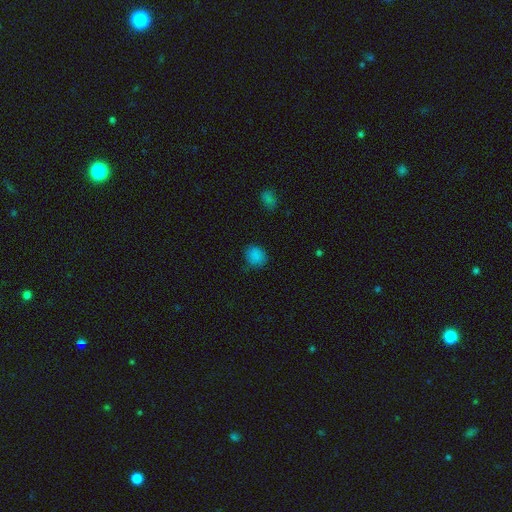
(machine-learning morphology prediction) Smooth or featured: smooth — 83% (star or artifact — 13%)
How rounded: round — 70% (in between — 29%)
Merging: none — 78% (minor disturbance — 17%)